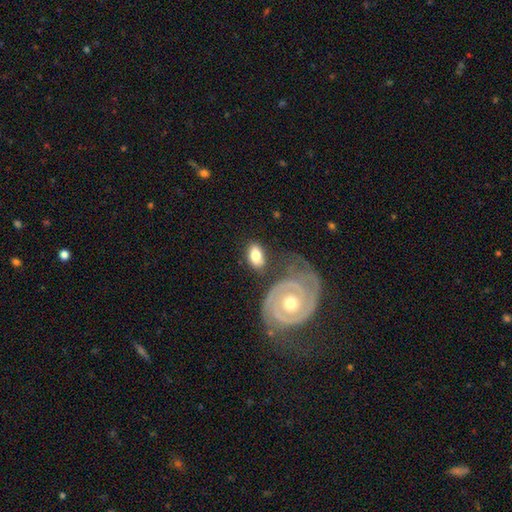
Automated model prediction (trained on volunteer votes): Smooth or featured? smooth (68%)
How rounded? in between (89%)
Merging? none (62%)